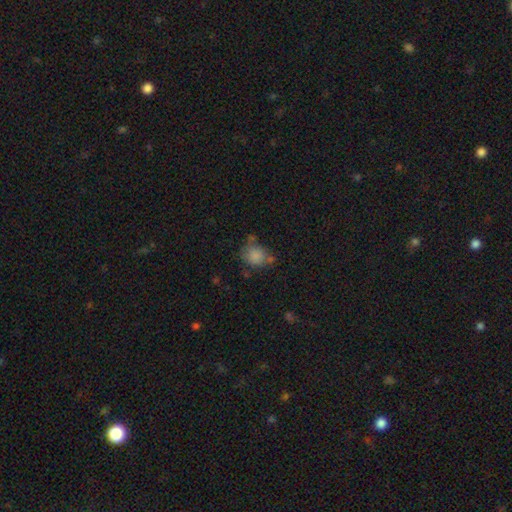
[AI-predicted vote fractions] A smooth galaxy with no disk features (80%) that is round (63%).

Vote fractions:
- Smooth or featured? smooth: 80% / star or artifact: 10% / featured or disk: 10%
- How rounded? round: 63% / in between: 36% / cigar-shaped: 1%
- Merging? none: 51% / minor disturbance: 23% / merger: 16% / major disturbance: 9%